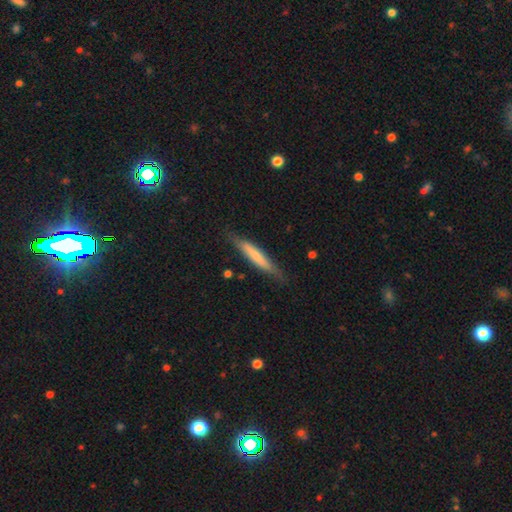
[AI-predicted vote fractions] smooth 61%, featured or disk 34%, star or artifact 6%. Down the decision tree: how rounded — cigar-shaped (92%); merging — none (81%).